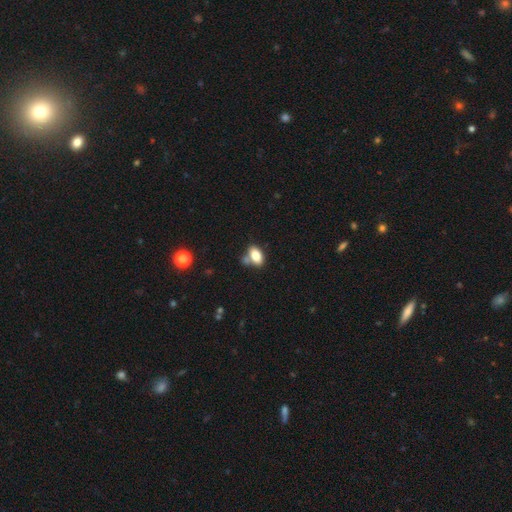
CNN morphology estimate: This is clearly a smooth galaxy (81%). How rounded: clearly in between (90%). Merging: possibly none (58%).